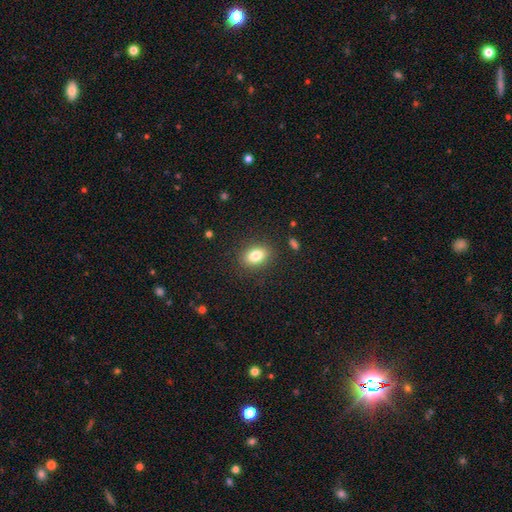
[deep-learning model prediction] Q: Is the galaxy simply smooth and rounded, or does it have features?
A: smooth — 83%.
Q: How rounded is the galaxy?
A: in between — 78%.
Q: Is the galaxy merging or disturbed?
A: none — 87%.